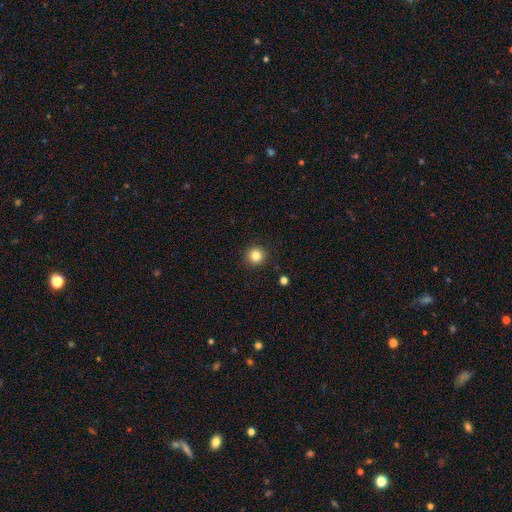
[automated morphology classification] A smooth galaxy with no disk features (84%) that is round (95%).

Vote fractions:
- Smooth or featured? smooth: 84% / star or artifact: 11% / featured or disk: 5%
- How rounded? round: 95% / in between: 4% / cigar-shaped: 1%
- Merging? none: 92% / minor disturbance: 5% / major disturbance: 2% / merger: 1%